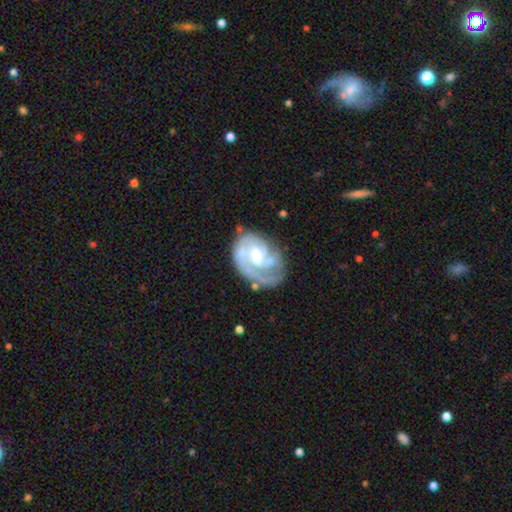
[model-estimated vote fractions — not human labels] This is clearly a featured or disk galaxy (80%). It is clearly not viewed edge-on (98%). Bar: marginally weak (44%, tied with no). Spiral arm pattern: clearly yes (90%). Spiral arm count: marginally 2 (30%). Spiral winding: possibly tight (53%). Central bulge: possibly moderate (49%). Merging: possibly none (57%).